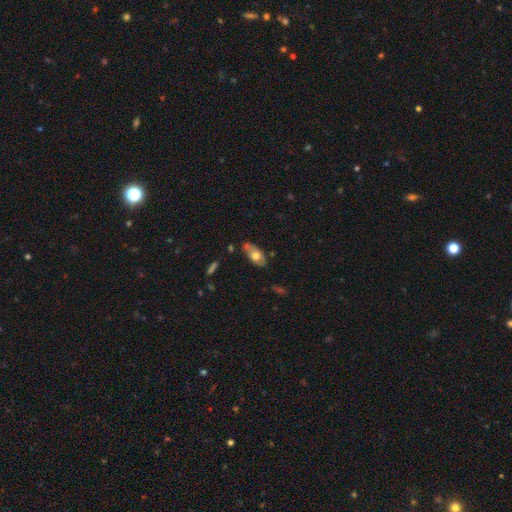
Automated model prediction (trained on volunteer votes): Smooth or featured: smooth — 60% (featured or disk — 34%)
How rounded: in between — 88% (cigar-shaped — 8%)
Merging: none — 65% (minor disturbance — 25%)